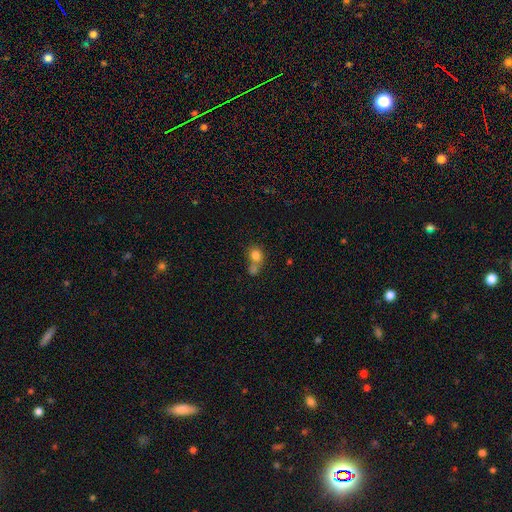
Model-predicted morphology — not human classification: type=smooth (79%); roundness=round (76%); merging=merger (45%).